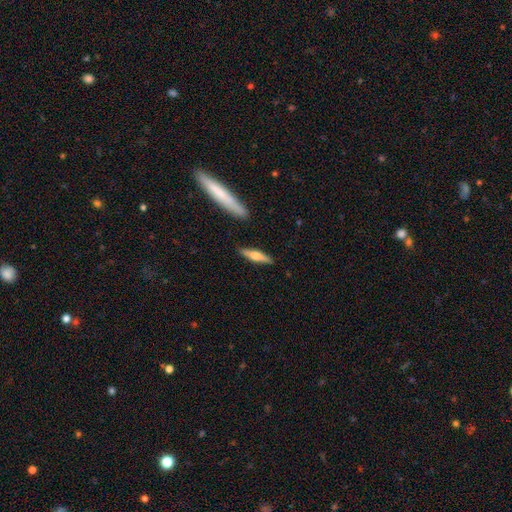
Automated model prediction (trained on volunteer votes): Smooth or featured?
  - featured or disk: 52% *
  - smooth: 42%
  - star or artifact: 6%
Edge-on disk?
  - yes: 95% *
  - no: 5%
Merging?
  - none: 88% *
  - minor disturbance: 8%
  - merger: 2%
  - major disturbance: 2%